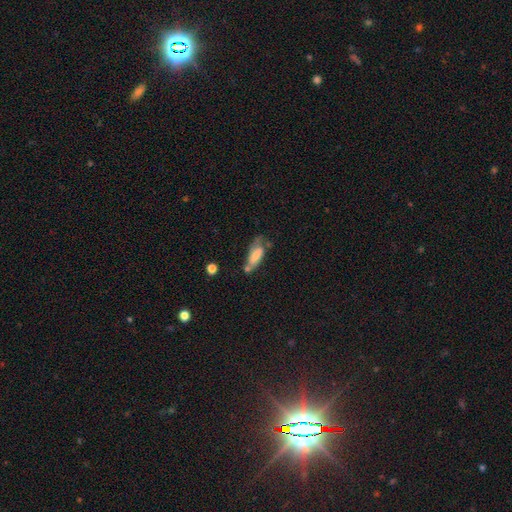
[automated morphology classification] Overall: smooth (59%; featured or disk 33%). How rounded: in between (71%). Merging: none (37%; minor disturbance 28%).